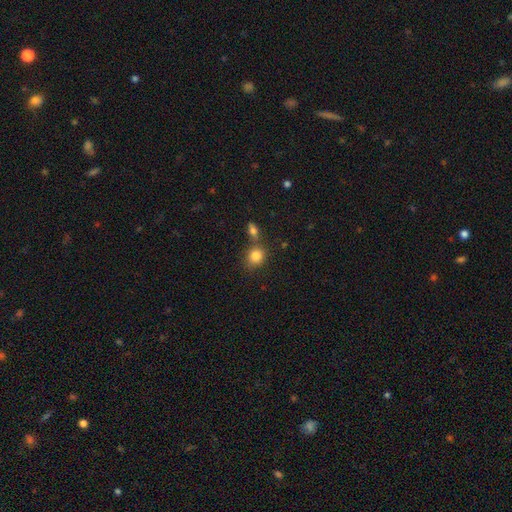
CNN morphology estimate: smooth_or_featured: smooth (p=0.84) [alt: star or artifact p=0.10]
how_rounded: round (p=0.70) [alt: in between p=0.28]
merging: none (p=0.61) [alt: merger p=0.23]